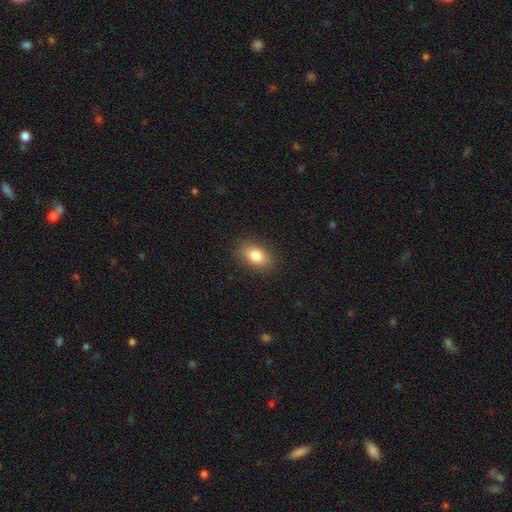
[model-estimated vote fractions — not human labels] Smooth or featured?
  - smooth: 83% *
  - star or artifact: 9%
  - featured or disk: 8%
How rounded?
  - in between: 85% *
  - round: 13%
  - cigar-shaped: 2%
Merging?
  - none: 87% *
  - minor disturbance: 9%
  - major disturbance: 3%
  - merger: 1%